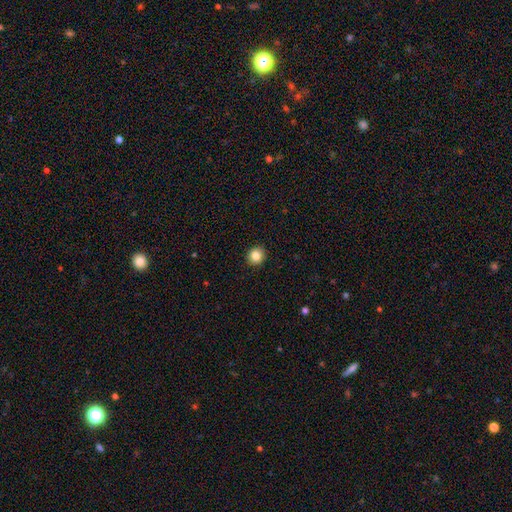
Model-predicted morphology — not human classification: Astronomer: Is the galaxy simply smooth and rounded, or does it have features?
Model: smooth — 84%.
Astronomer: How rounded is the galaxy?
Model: round — 86%.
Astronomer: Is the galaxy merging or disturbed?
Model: none — 92%.